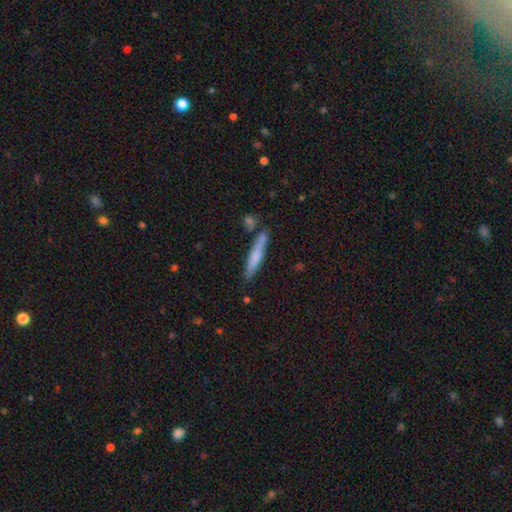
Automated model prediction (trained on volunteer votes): Overall: smooth (63%; featured or disk 31%). How rounded: cigar-shaped (93%). Merging: none (79%).